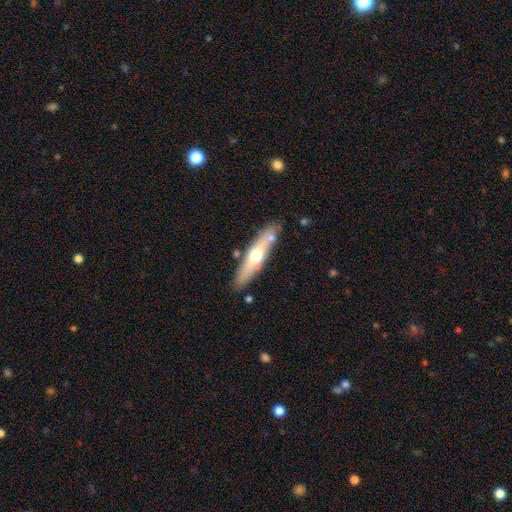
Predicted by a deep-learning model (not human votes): A featured or disk galaxy (48%).

Vote fractions:
- Smooth or featured? featured or disk: 48% / smooth: 46% / star or artifact: 6%
- Merging? none: 79% / minor disturbance: 12% / merger: 6% / major disturbance: 3%